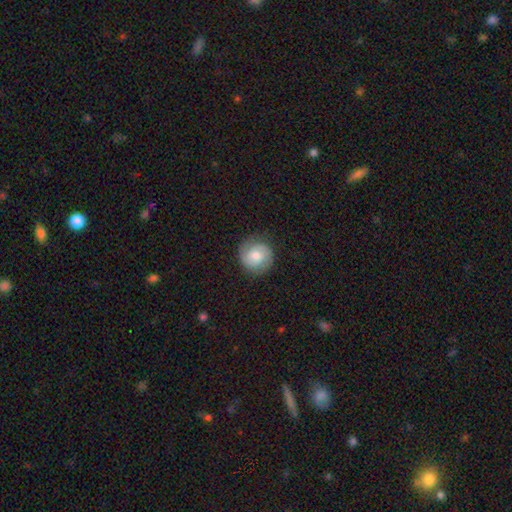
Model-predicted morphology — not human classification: This appears to be a smooth galaxy with no disk features (51%) that is round (91%). Merging: none (83%).